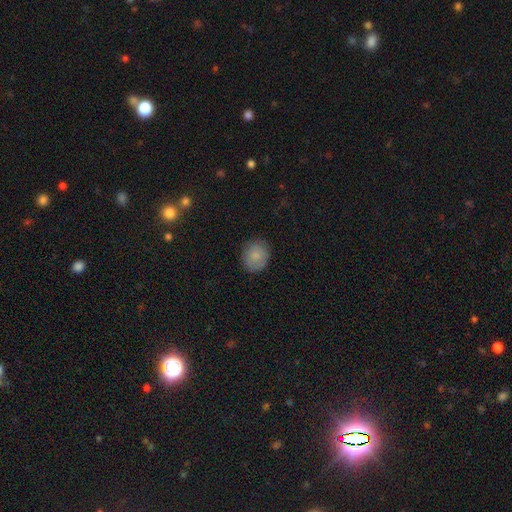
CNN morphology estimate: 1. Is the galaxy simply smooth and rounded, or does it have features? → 82% smooth, 10% featured or disk, 8% star or artifact.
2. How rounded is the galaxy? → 59% round, 40% in between, 1% cigar-shaped.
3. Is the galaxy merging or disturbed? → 83% none, 13% minor disturbance, 3% major disturbance, 1% merger.